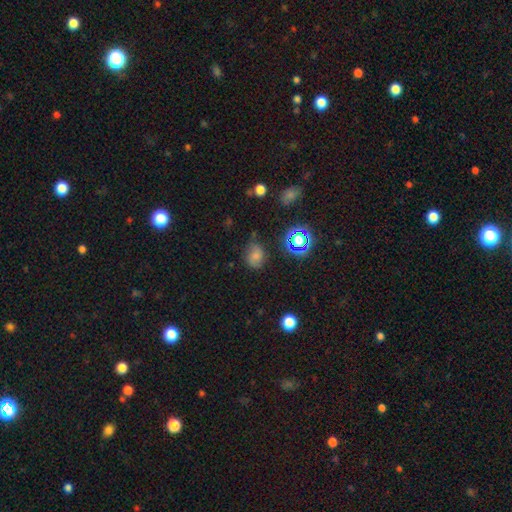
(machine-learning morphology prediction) Q: Smooth or featured?
A: smooth (64%); runner-up: star or artifact (21%)
Q: How rounded?
A: in between (52%); runner-up: round (47%)
Q: Merging?
A: none (57%); runner-up: minor disturbance (30%)